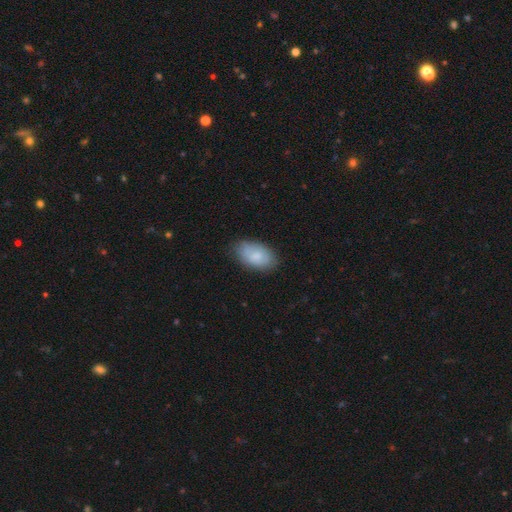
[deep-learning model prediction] Overall: smooth (79%). How rounded: in between (94%). Merging: none (76%).